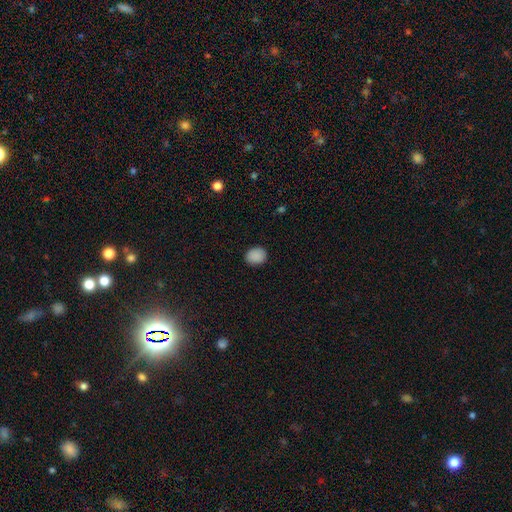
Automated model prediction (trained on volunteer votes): Smooth or featured? smooth (89%)
How rounded? round (58%)
Merging? none (89%)